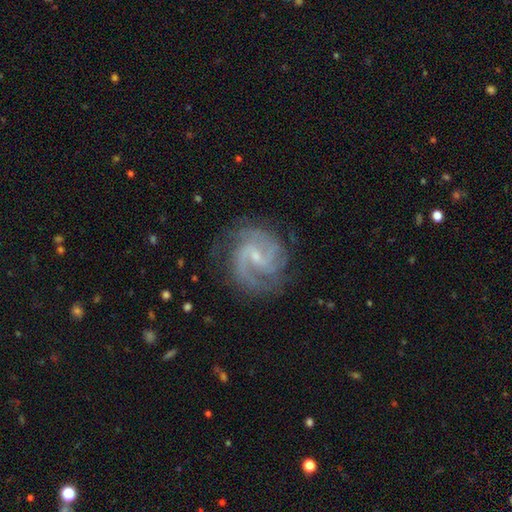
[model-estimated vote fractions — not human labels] A featured or disk galaxy (90%) with a weak bar (57%), 2 (55%) medium (53%) spiral arms (98%) and a small central bulge (69%). Merging: none (76%).